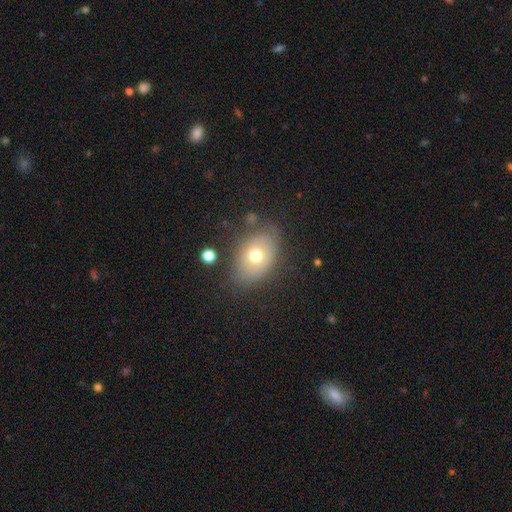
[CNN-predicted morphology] This is likely a smooth galaxy (65%). How rounded: likely in between (79%). Merging: likely none (71%).